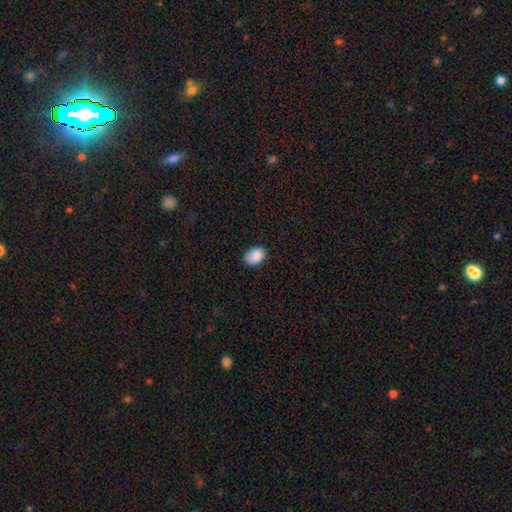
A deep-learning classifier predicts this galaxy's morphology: type=smooth (88%); roundness=in between (79%); merging=none (76%).